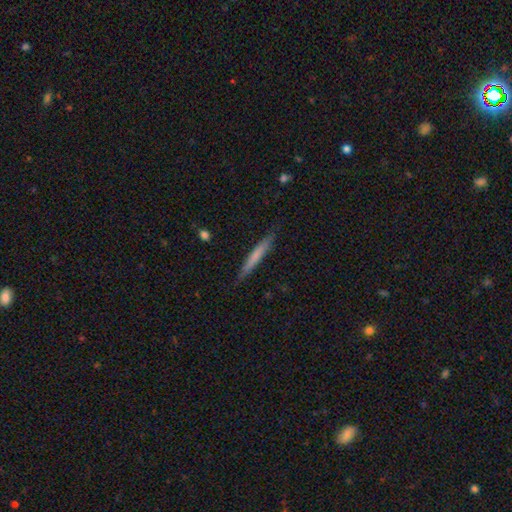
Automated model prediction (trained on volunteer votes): This is likely a smooth galaxy (64%). How rounded: clearly cigar-shaped (96%). Merging: clearly none (88%).